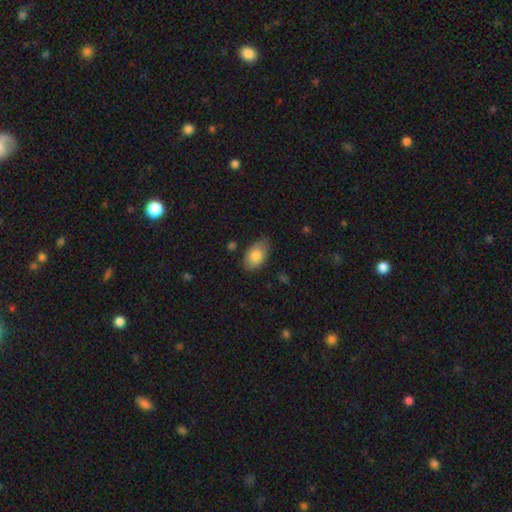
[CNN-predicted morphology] This appears to be a smooth galaxy with no disk features (82%) that is in between round and cigar-shaped (92%). Merging: none (76%).